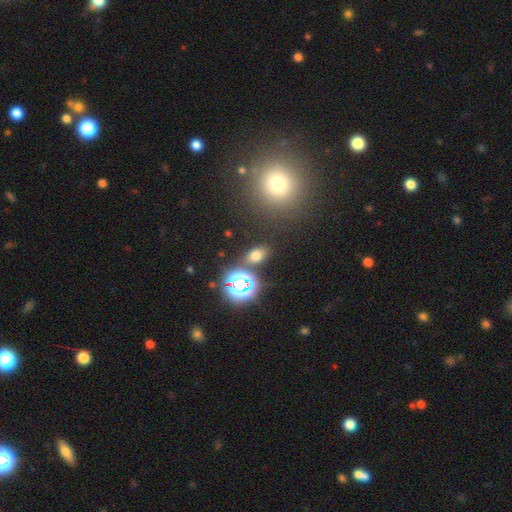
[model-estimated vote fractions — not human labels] smooth-or-featured: smooth: 62% | star or artifact: 30% | featured or disk: 8%
  how-rounded: in between: 78% | round: 20% | cigar-shaped: 2%
  merging: none: 78% | minor disturbance: 10% | merger: 8% | major disturbance: 4%